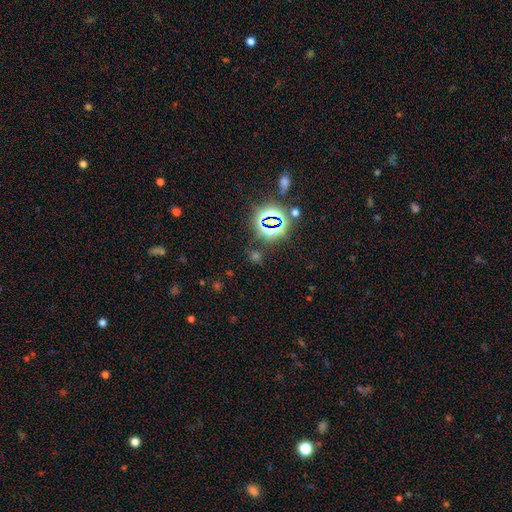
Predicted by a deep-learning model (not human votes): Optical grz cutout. It shows a star or artifact, not a galaxy (68%).